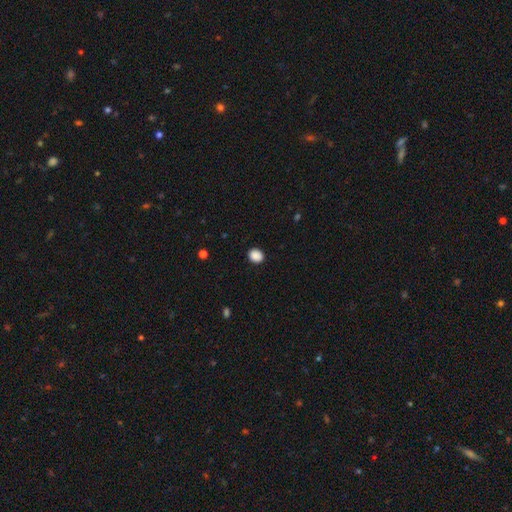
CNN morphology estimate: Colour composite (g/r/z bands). It shows a smooth galaxy with no disk features (89%) that is round (54%). Merging: none (90%).